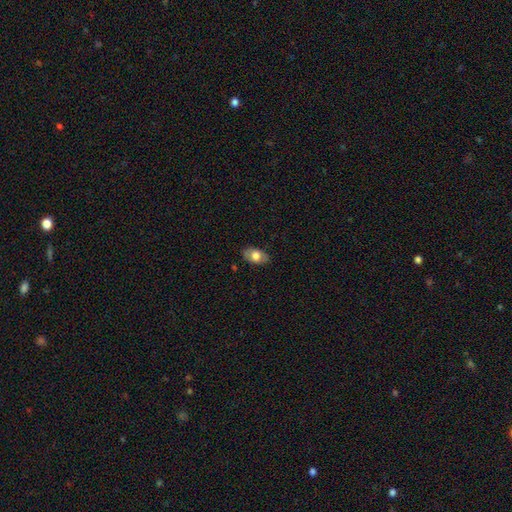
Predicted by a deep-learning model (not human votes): A smooth galaxy with no disk features (72%) that is in between round and cigar-shaped (90%).

Vote fractions:
- Smooth or featured? smooth: 72% / featured or disk: 21% / star or artifact: 7%
- How rounded? in between: 90% / round: 8% / cigar-shaped: 2%
- Merging? none: 83% / minor disturbance: 13% / major disturbance: 3% / merger: 1%